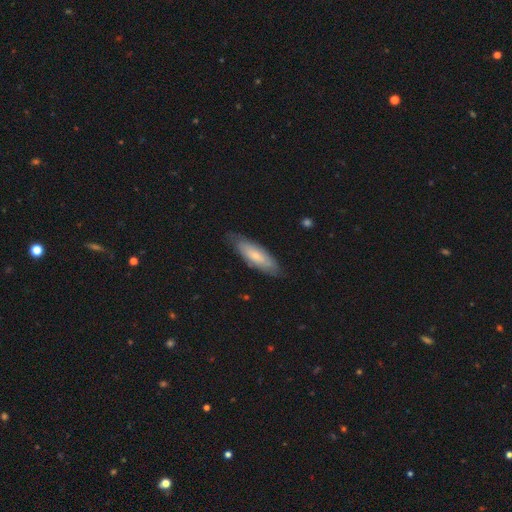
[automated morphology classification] Smooth or featured: smooth — 63% (featured or disk — 32%)
How rounded: in between — 54% (cigar-shaped — 45%)
Merging: none — 77% (minor disturbance — 19%)